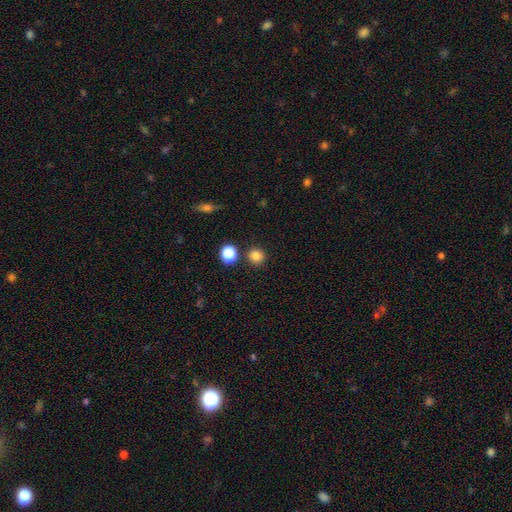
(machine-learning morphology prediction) A smooth galaxy with no disk features (83%) that is round (91%). Merging: none (86%).